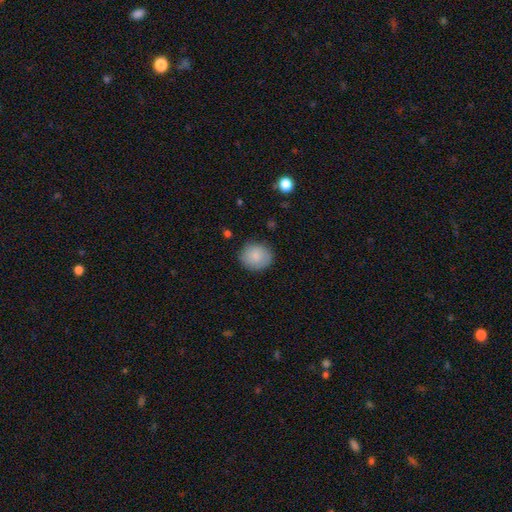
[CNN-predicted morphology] smooth-or-featured: smooth: 84% | featured or disk: 9% | star or artifact: 7%
  how-rounded: round: 79% | in between: 20% | cigar-shaped: 1%
  merging: none: 83% | minor disturbance: 13% | major disturbance: 3% | merger: 1%